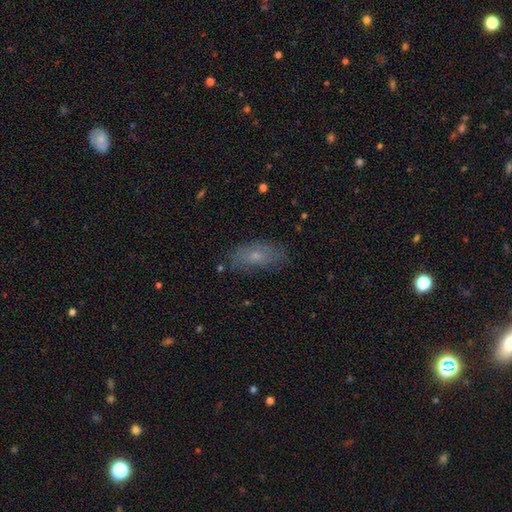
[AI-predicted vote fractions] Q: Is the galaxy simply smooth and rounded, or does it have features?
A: smooth — 64%.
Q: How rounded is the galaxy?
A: in between — 82%.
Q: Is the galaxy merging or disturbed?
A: none — 77%.